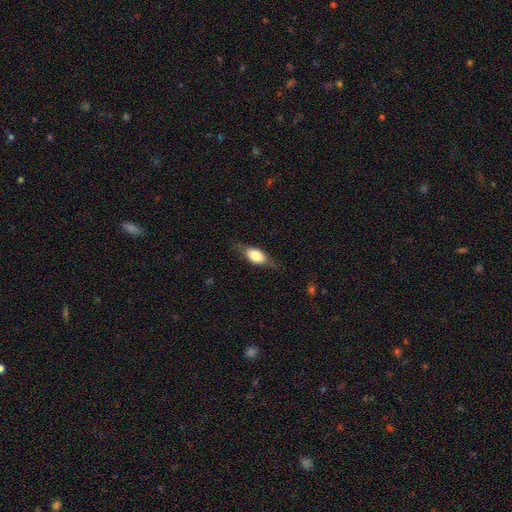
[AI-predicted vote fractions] smooth-or-featured: smooth: 66% | featured or disk: 27% | star or artifact: 7%
  how-rounded: in between: 80% | cigar-shaped: 13% | round: 7%
  merging: none: 73% | minor disturbance: 20% | major disturbance: 7% | merger: 1%